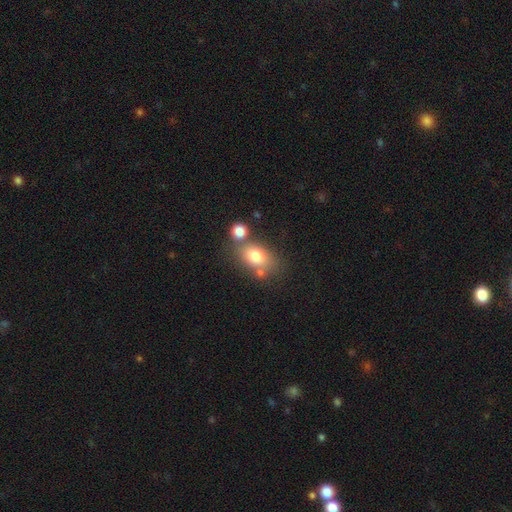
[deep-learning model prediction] A smooth galaxy with no disk features (77%) that is in between round and cigar-shaped (78%). Merging: none (54%).